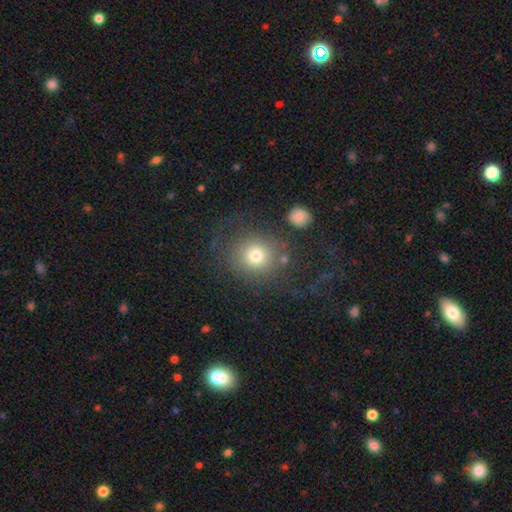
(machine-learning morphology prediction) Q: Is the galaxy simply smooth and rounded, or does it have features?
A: smooth — 73%.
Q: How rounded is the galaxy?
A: round — 85%.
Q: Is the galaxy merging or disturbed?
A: none — 72%.